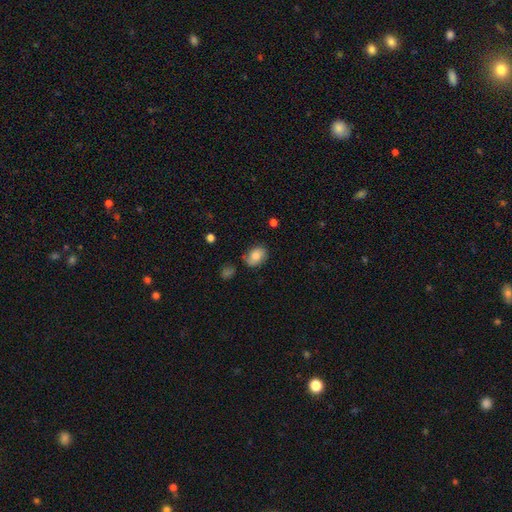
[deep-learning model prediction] smooth-or-featured: smooth: 69% | featured or disk: 23% | star or artifact: 9%
  how-rounded: in between: 69% | round: 29% | cigar-shaped: 1%
  merging: none: 67% | minor disturbance: 23% | major disturbance: 6% | merger: 4%